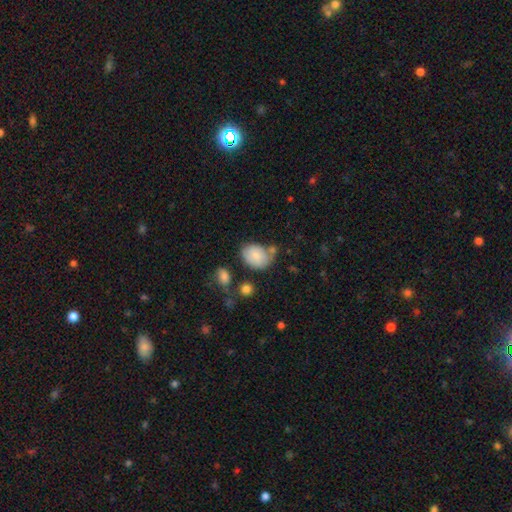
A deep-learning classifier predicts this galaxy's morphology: smooth_or_featured: smooth (p=0.79) [alt: featured or disk p=0.14]
how_rounded: in between (p=0.67) [alt: round p=0.32]
merging: none (p=0.56) [alt: minor disturbance p=0.25]